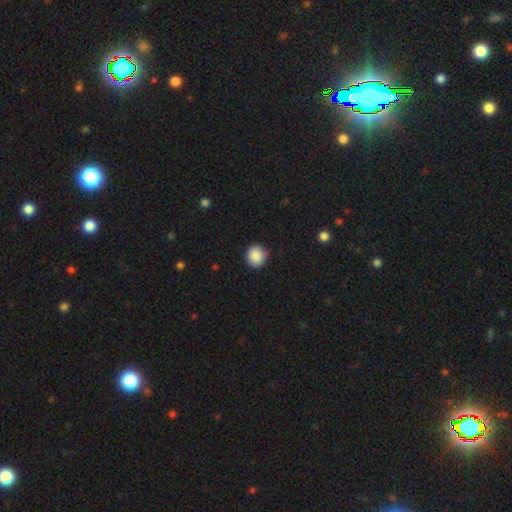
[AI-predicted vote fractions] Smooth or featured: smooth — 89% (star or artifact — 8%)
How rounded: round — 87% (in between — 13%)
Merging: none — 86% (minor disturbance — 10%)